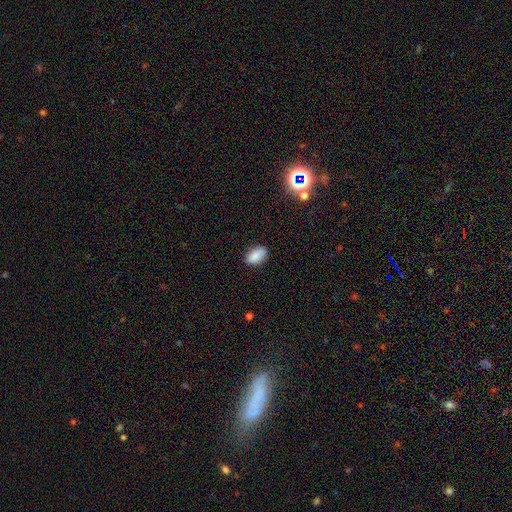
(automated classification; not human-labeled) Smooth or featured: smooth — 87% (star or artifact — 8%)
How rounded: in between — 91% (round — 6%)
Merging: none — 83% (minor disturbance — 13%)